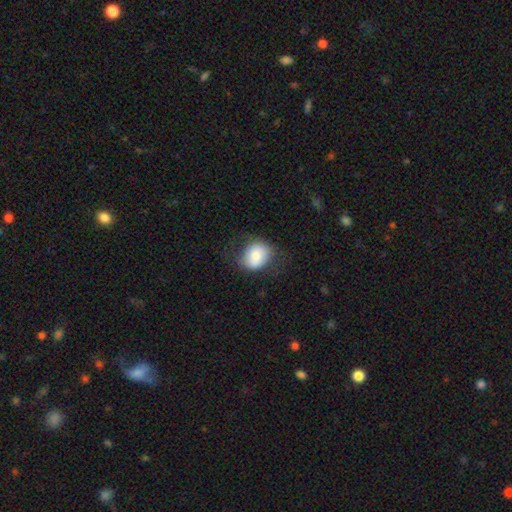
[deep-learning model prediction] A smooth galaxy with no disk features (73%) that is round (59%).

Vote fractions:
- Smooth or featured? smooth: 73% / featured or disk: 19% / star or artifact: 8%
- How rounded? round: 59% / in between: 40% / cigar-shaped: 1%
- Merging? none: 68% / minor disturbance: 20% / major disturbance: 10% / merger: 1%